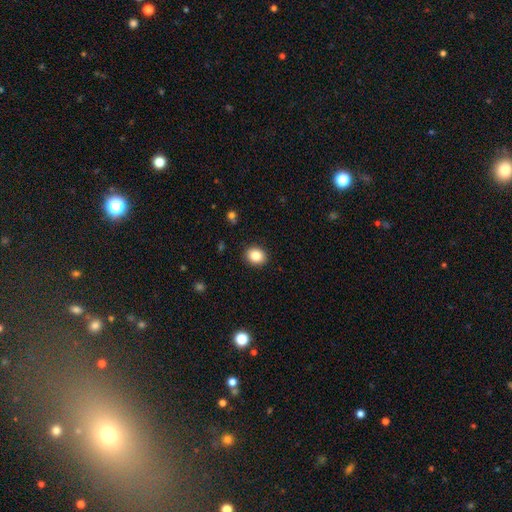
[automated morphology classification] A smooth galaxy with no disk features (84%) that is round (67%).

Vote fractions:
- Smooth or featured? smooth: 84% / star or artifact: 10% / featured or disk: 6%
- How rounded? round: 67% / in between: 32% / cigar-shaped: 1%
- Merging? none: 90% / minor disturbance: 7% / major disturbance: 2% / merger: 1%